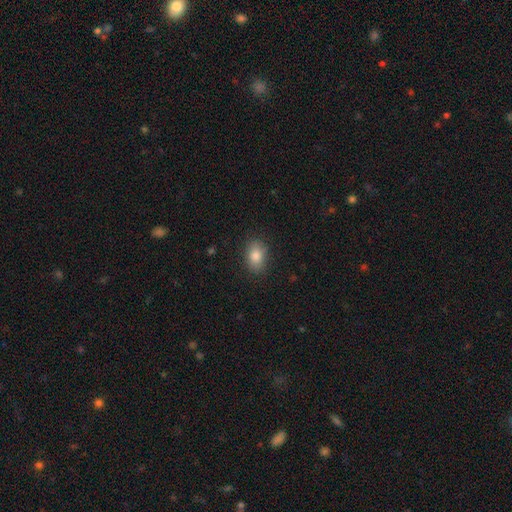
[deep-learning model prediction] Smooth or featured? smooth (83%)
How rounded? in between (79%)
Merging? none (86%)